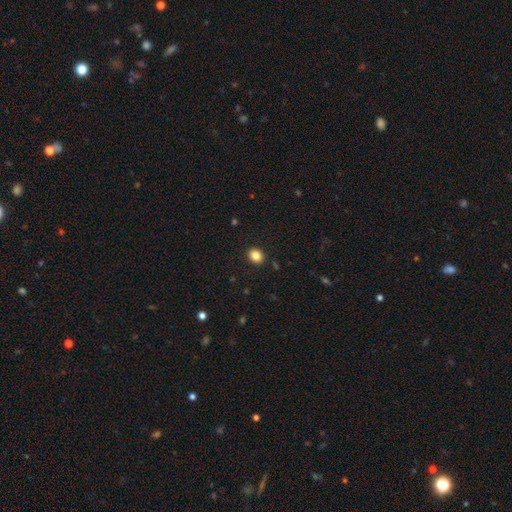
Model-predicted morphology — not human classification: Q: Smooth or featured?
A: smooth (84%); runner-up: star or artifact (10%)
Q: How rounded?
A: round (65%); runner-up: in between (35%)
Q: Merging?
A: none (91%); runner-up: minor disturbance (6%)